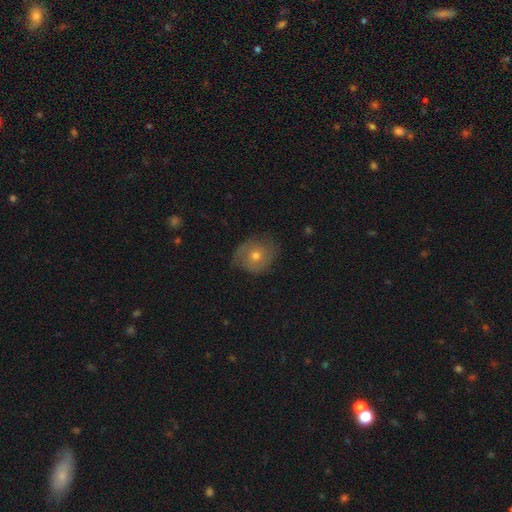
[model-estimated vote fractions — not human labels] Morphology: type=featured or disk (50%); edge-on=no (95%); merging=none (73%).